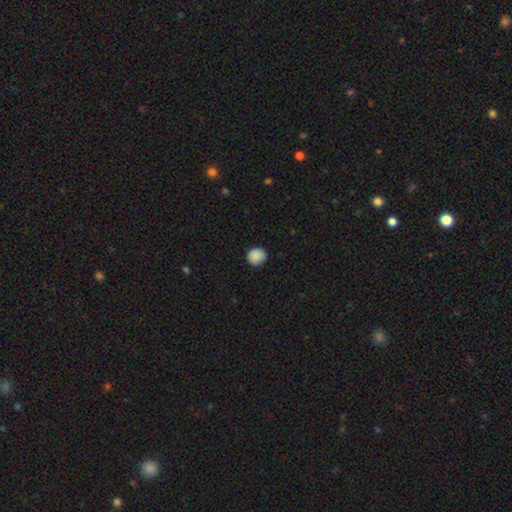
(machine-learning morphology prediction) Q: Smooth or featured?
A: smooth (89%); runner-up: star or artifact (8%)
Q: How rounded?
A: round (84%); runner-up: in between (15%)
Q: Merging?
A: none (88%); runner-up: minor disturbance (9%)